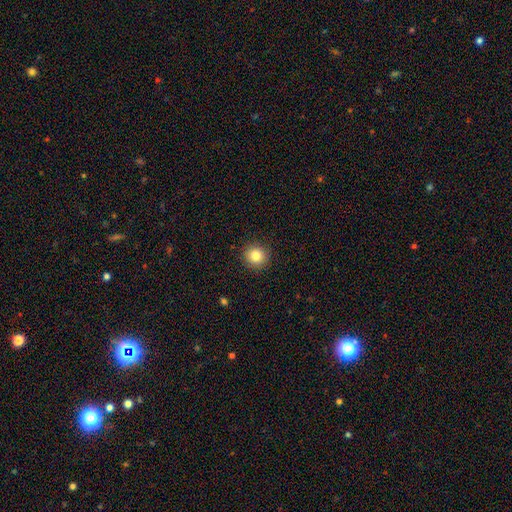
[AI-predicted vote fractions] Overall: smooth (83%). How rounded: round (93%). Merging: none (91%).